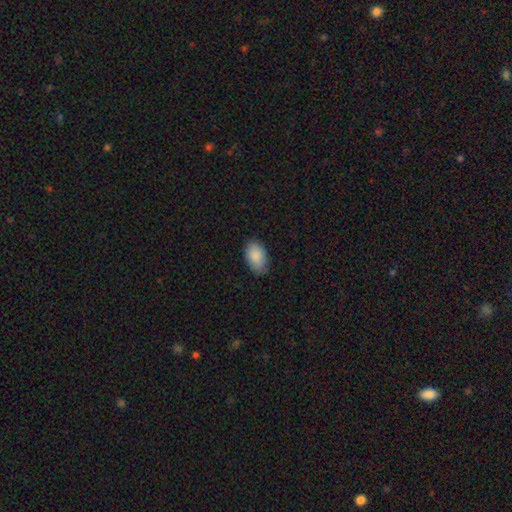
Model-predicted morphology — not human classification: A smooth galaxy with no disk features (88%) that is in between round and cigar-shaped (94%).

Vote fractions:
- Smooth or featured? smooth: 88% / star or artifact: 6% / featured or disk: 5%
- How rounded? in between: 94% / round: 5% / cigar-shaped: 1%
- Merging? none: 83% / minor disturbance: 14% / major disturbance: 2% / merger: 1%